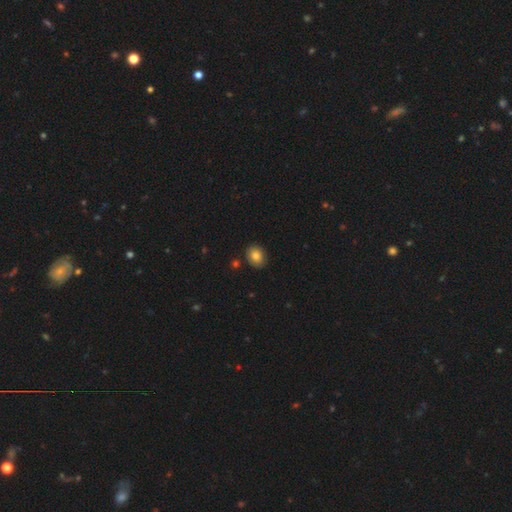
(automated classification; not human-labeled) smooth 83%, star or artifact 9%, featured or disk 8%. Down the decision tree: how rounded — in between (50%); merging — none (86%).